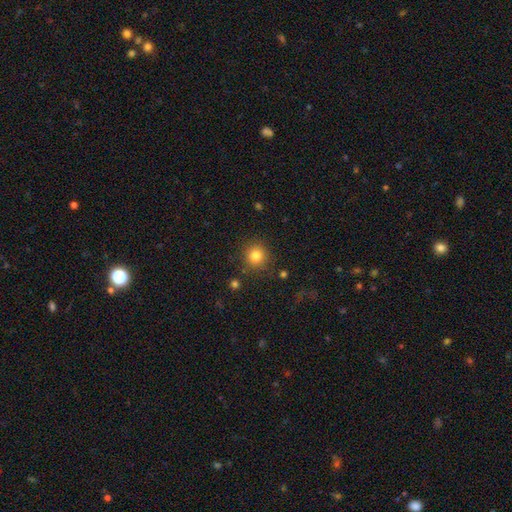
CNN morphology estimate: A smooth galaxy with no disk features (82%) that is round (92%).

Vote fractions:
- Smooth or featured? smooth: 82% / star or artifact: 12% / featured or disk: 6%
- How rounded? round: 92% / in between: 7% / cigar-shaped: 1%
- Merging? none: 87% / minor disturbance: 8% / major disturbance: 3% / merger: 2%